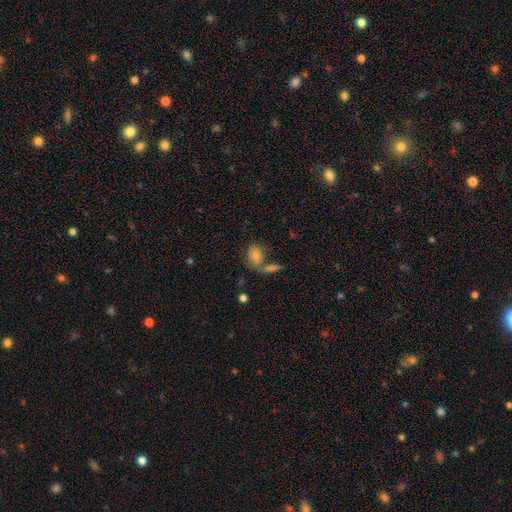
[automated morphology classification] Smooth or featured? Predicted: smooth (p=0.72). How rounded? Predicted: in between (p=0.74). Merging? Predicted: none (p=0.55).